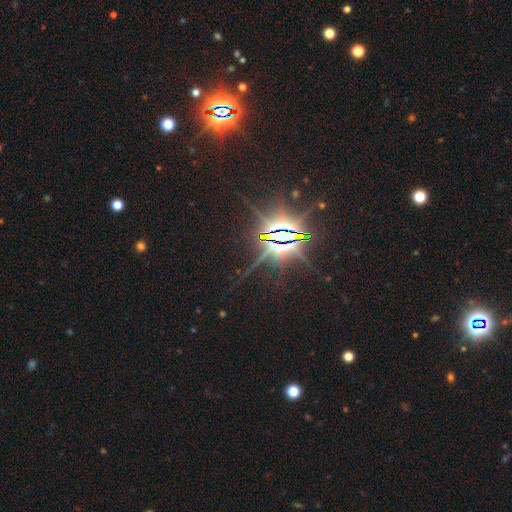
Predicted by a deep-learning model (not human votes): smooth-or-featured: star or artifact: 87% | smooth: 7% | featured or disk: 6%